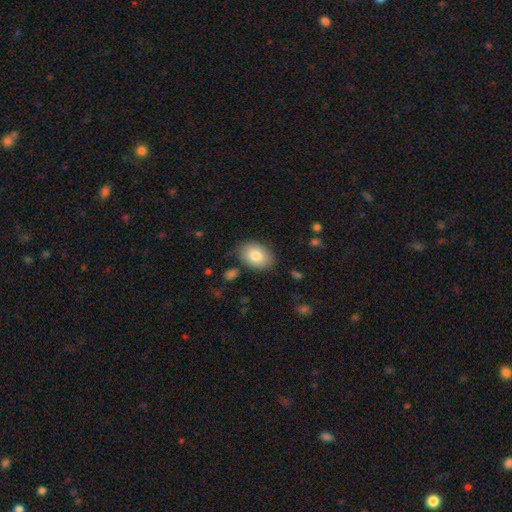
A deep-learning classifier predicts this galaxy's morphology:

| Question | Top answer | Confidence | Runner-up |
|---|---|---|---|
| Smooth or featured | smooth | 81% | featured or disk (12%) |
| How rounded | in between | 84% | round (15%) |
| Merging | none | 81% | minor disturbance (14%) |